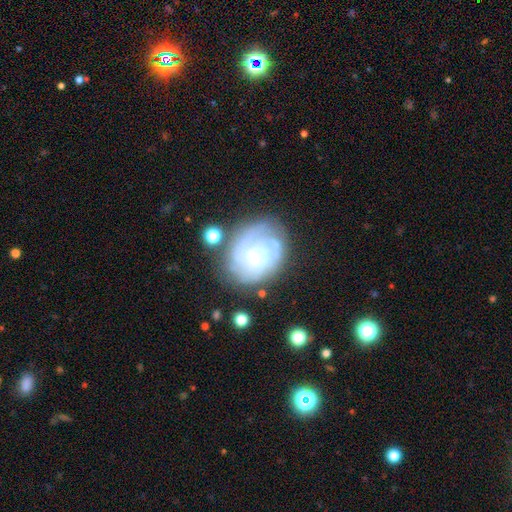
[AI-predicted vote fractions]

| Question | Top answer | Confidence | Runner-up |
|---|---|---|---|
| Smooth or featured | featured or disk | 73% | smooth (19%) |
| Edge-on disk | no | 98% | yes (2%) |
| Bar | no | 72% | weak (23%) |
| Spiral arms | yes | 81% | no (19%) |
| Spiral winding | tight | 66% | medium (25%) |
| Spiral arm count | can't tell | 48% | 2 (18%) |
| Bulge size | small | 63% | moderate (24%) |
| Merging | none | 61% | minor disturbance (21%) |